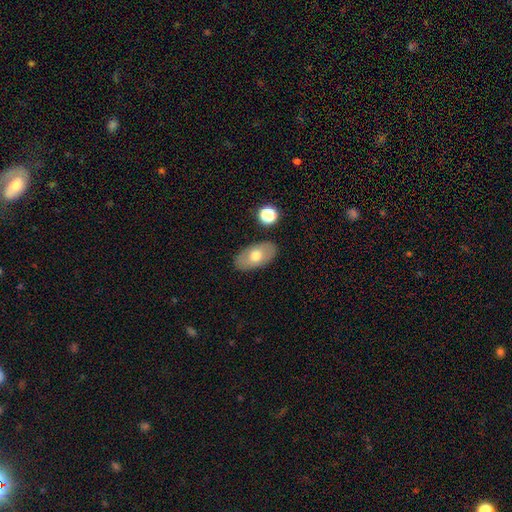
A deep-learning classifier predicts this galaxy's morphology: smooth_or_featured: smooth (p=0.64) [alt: featured or disk p=0.29]
how_rounded: in between (p=0.93) [alt: round p=0.05]
merging: none (p=0.85) [alt: minor disturbance p=0.10]